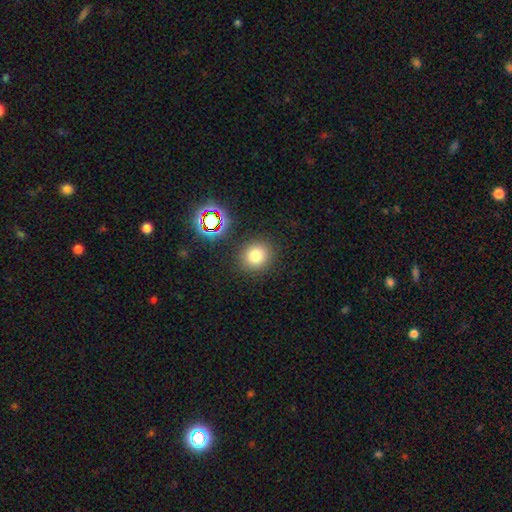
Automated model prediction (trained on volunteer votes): This is likely a smooth galaxy (77%). How rounded: clearly round (86%). Merging: clearly none (87%).